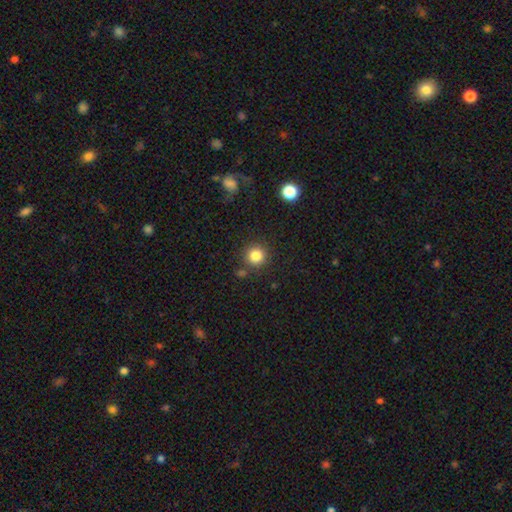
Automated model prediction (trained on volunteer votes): Smooth or featured: smooth — 84% (star or artifact — 11%)
How rounded: round — 93% (in between — 6%)
Merging: none — 85% (minor disturbance — 7%)